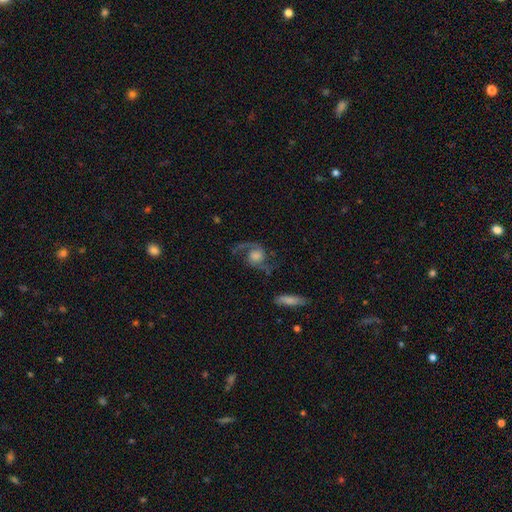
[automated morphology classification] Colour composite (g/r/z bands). It shows a featured or disk galaxy (81%) with no bar (68%), 2 (84%) medium (45%) spiral arms (95%) and a large central bulge (42%). Merging: none (65%).